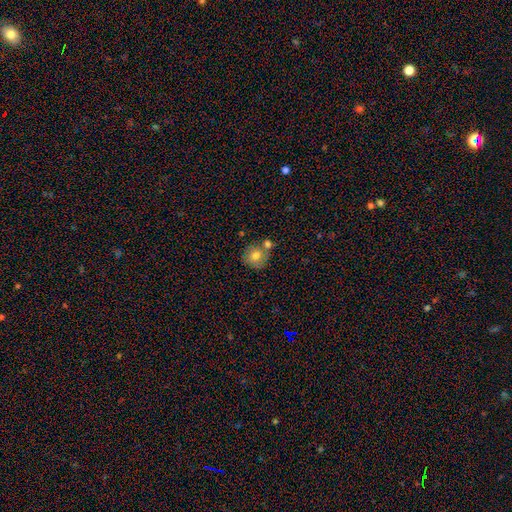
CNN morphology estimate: This appears to be a smooth galaxy with no disk features (76%) that is round (89%). Merging: none (56%).